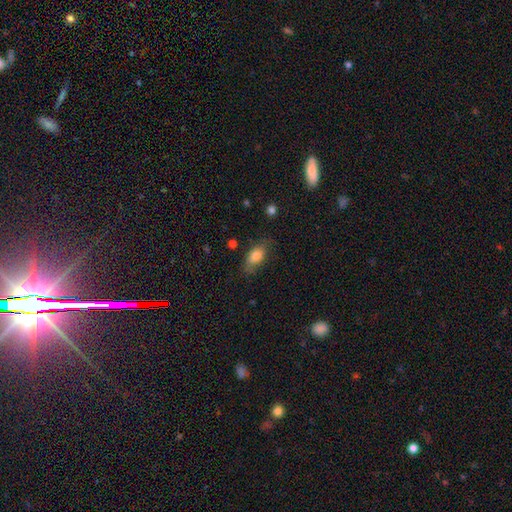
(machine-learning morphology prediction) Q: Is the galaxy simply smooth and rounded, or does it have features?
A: smooth — 80%.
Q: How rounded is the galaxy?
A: in between — 85%.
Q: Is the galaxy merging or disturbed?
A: none — 67%.